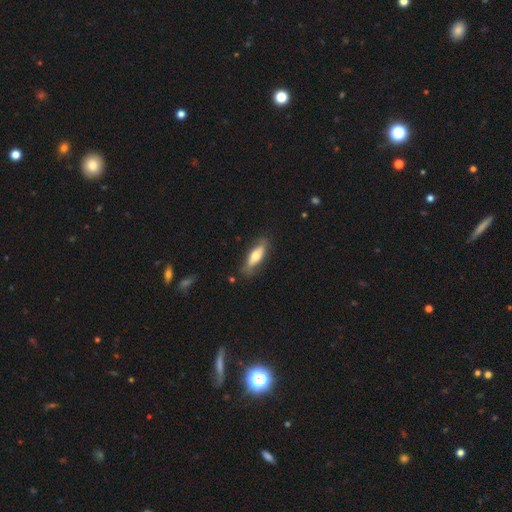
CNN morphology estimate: Smooth or featured?
  - smooth: 59% *
  - featured or disk: 36%
  - star or artifact: 6%
How rounded?
  - in between: 54% *
  - cigar-shaped: 43%
  - round: 2%
Merging?
  - none: 76% *
  - minor disturbance: 18%
  - major disturbance: 4%
  - merger: 2%